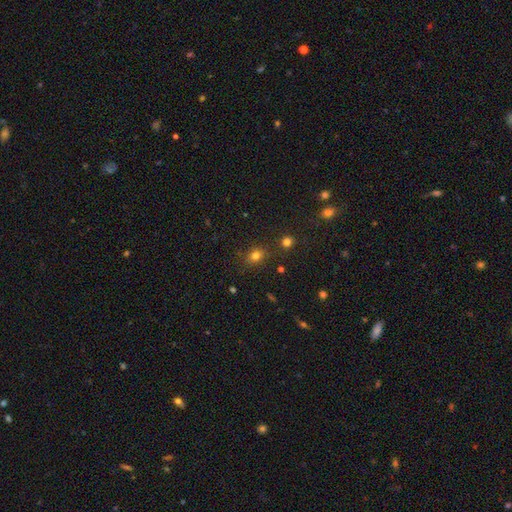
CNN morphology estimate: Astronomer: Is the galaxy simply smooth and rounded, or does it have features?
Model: smooth — 75%.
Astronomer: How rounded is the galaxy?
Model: round — 60% (runner-up: in between, 39%).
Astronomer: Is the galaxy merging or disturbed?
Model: none — 80%.